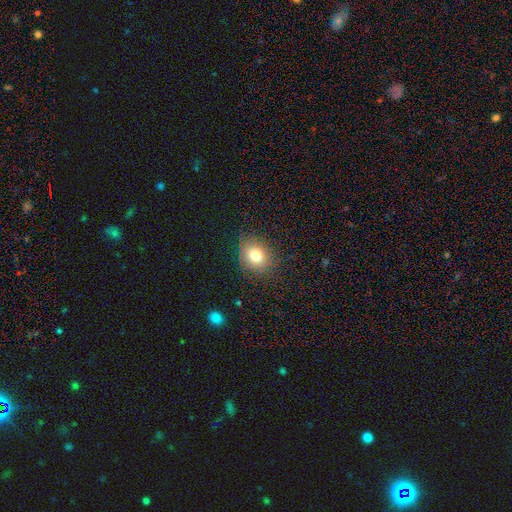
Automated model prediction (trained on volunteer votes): A smooth galaxy with no disk features (77%) that is round (71%). Merging: none (81%).